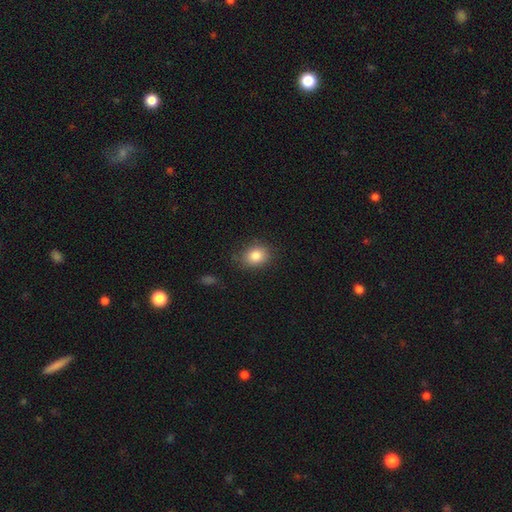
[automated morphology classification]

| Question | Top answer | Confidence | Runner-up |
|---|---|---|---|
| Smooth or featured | smooth | 83% | star or artifact (9%) |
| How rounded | in between | 55% | round (44%) |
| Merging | none | 79% | minor disturbance (15%) |